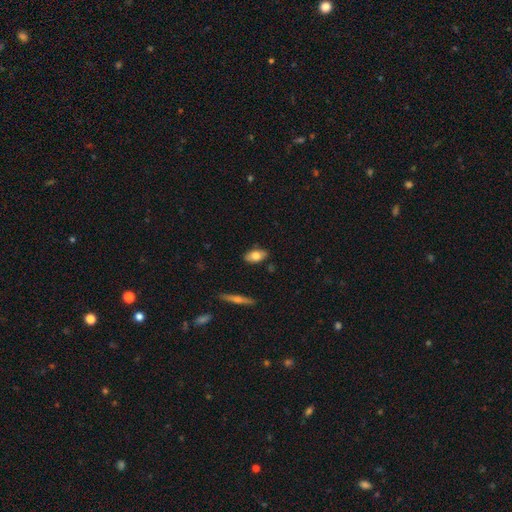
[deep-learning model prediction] This appears to be a smooth galaxy with no disk features (72%) that is in between round and cigar-shaped (87%). Merging: none (85%).